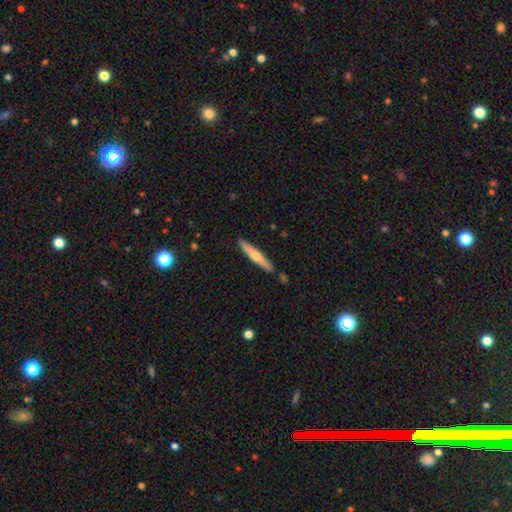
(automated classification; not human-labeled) smooth-or-featured: smooth: 49% | featured or disk: 45% | star or artifact: 5%
  merging: none: 88% | minor disturbance: 9% | merger: 2% | major disturbance: 2%